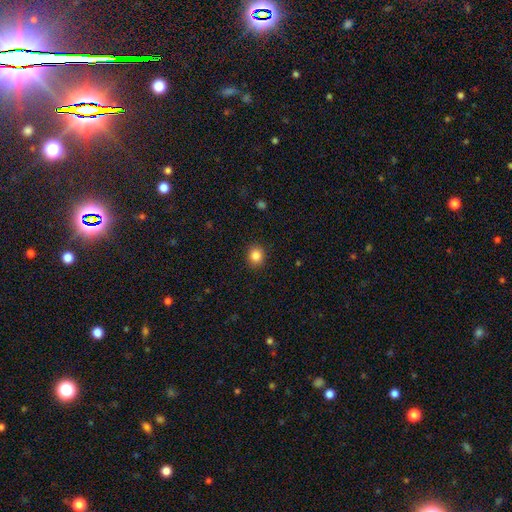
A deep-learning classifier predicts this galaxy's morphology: Smooth or featured? smooth (85%)
How rounded? round (77%)
Merging? none (90%)